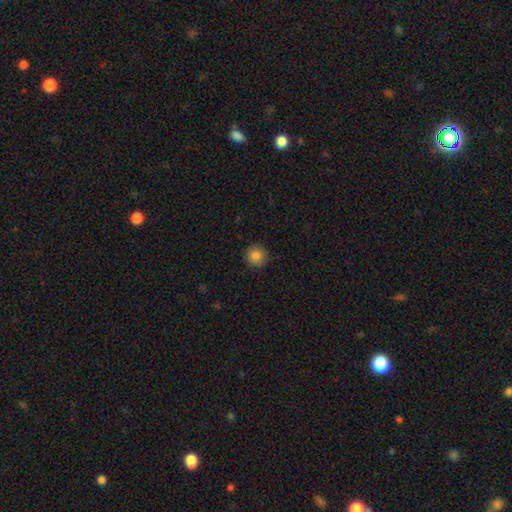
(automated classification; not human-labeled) The model was most divided on "smooth or featured": smooth: 85%, star or artifact: 10%, featured or disk: 5%. More confident: how rounded — round (94%); merging — none (90%).